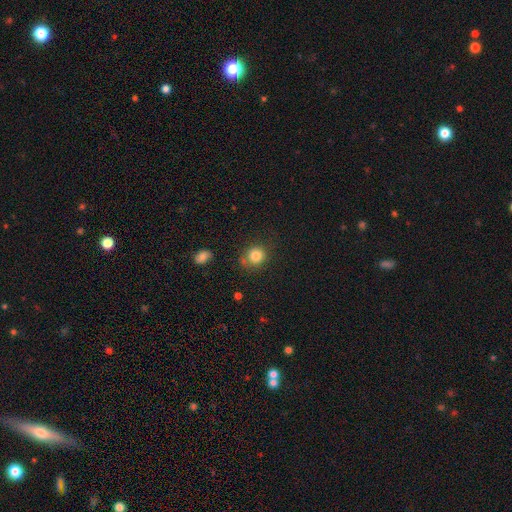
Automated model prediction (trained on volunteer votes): The model was most divided on "merging": none: 73%, minor disturbance: 16%, major disturbance: 5%, merger: 5%. More confident: how rounded — round (83%); smooth or featured — smooth (83%).